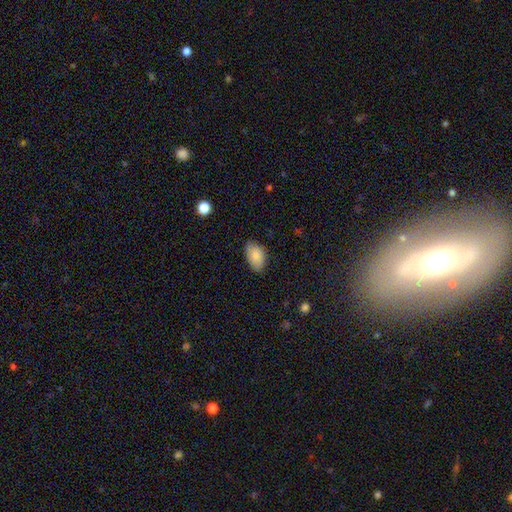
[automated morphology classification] Smooth or featured? Predicted: smooth (p=0.84). How rounded? Predicted: in between (p=0.91). Merging? Predicted: none (p=0.75).